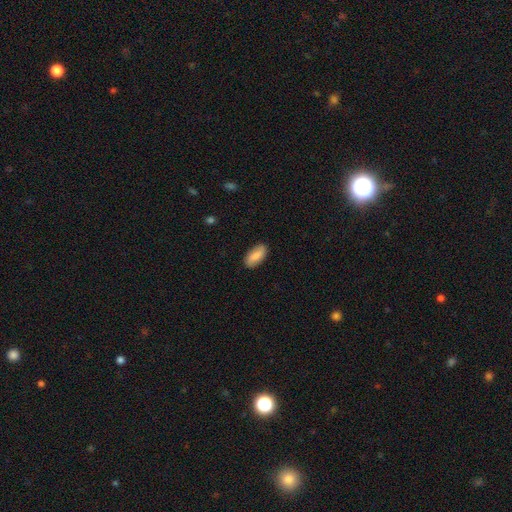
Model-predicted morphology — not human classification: smooth_or_featured: smooth (p=0.80) [alt: featured or disk p=0.14]
how_rounded: in between (p=0.90) [alt: cigar-shaped p=0.07]
merging: none (p=0.87) [alt: minor disturbance p=0.10]